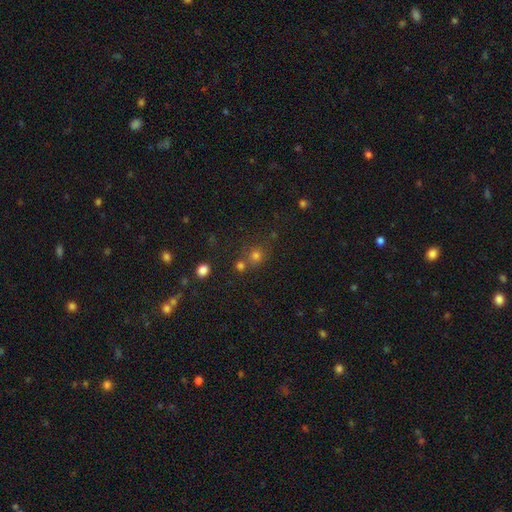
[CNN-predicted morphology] The model was most divided on "smooth or featured": smooth: 66%, star or artifact: 25%, featured or disk: 9%. More confident: how rounded — round (87%); merging — none (67%).